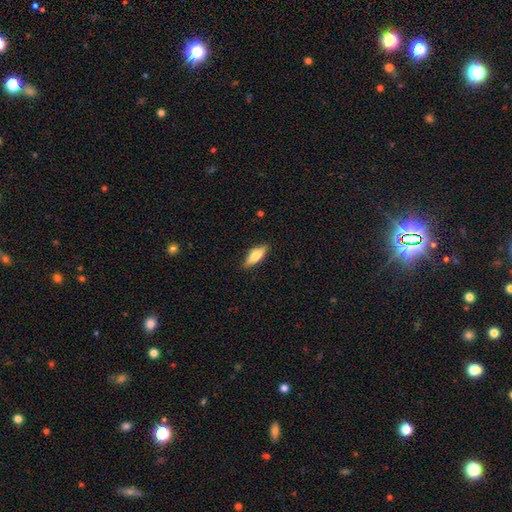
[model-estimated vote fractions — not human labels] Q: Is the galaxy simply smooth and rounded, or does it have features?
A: smooth — 65%.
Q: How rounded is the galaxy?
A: in between — 60%.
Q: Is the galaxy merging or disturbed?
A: none — 88%.